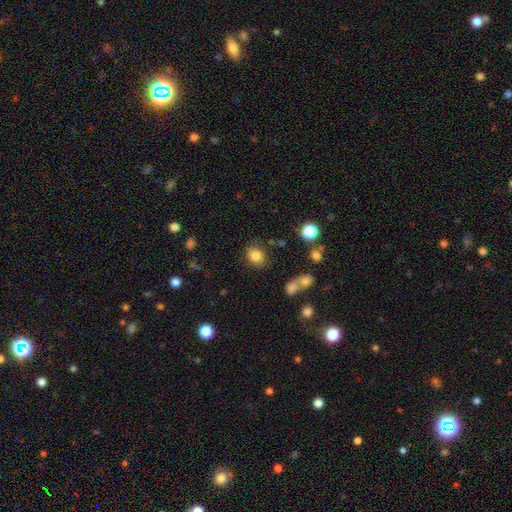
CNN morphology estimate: This appears to be a smooth galaxy with no disk features (82%) that is round (54%). Merging: none (75%).